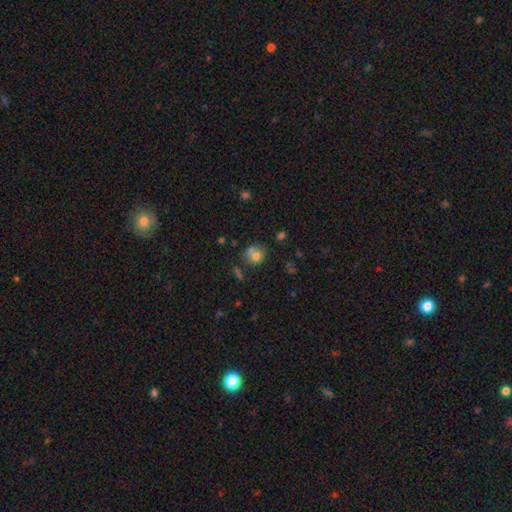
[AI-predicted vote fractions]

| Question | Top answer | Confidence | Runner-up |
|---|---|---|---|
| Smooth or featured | smooth | 72% | featured or disk (16%) |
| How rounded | round | 75% | in between (24%) |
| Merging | none | 43% | merger (37%) |